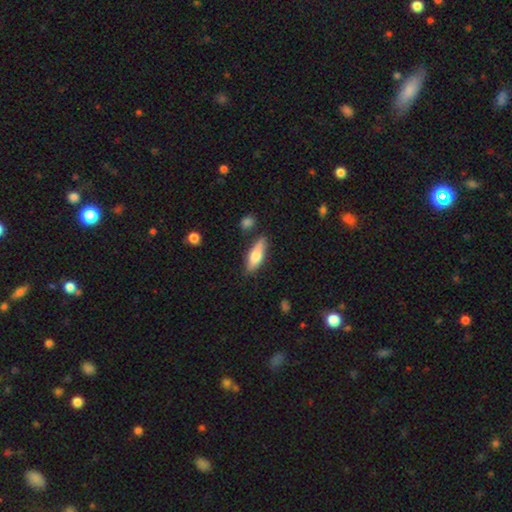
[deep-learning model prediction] smooth_or_featured: smooth (p=0.70) [alt: featured or disk p=0.25]
how_rounded: in between (p=0.55) [alt: cigar-shaped p=0.42]
merging: none (p=0.77) [alt: minor disturbance p=0.15]